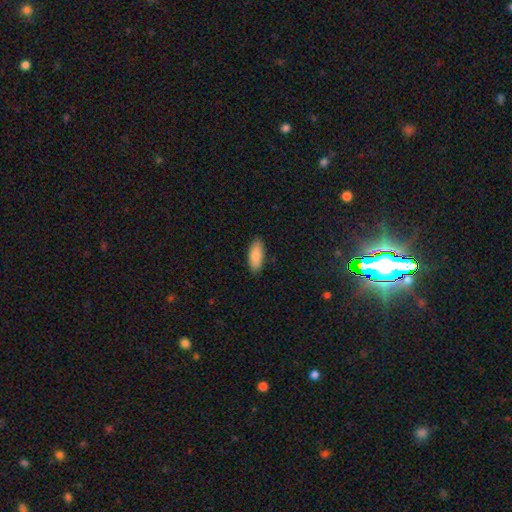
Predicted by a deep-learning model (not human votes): Smooth or featured: smooth — 86% (featured or disk — 8%)
How rounded: in between — 82% (cigar-shaped — 16%)
Merging: none — 89% (minor disturbance — 8%)